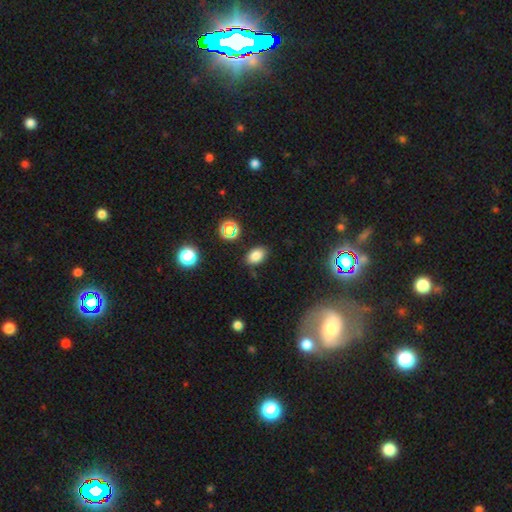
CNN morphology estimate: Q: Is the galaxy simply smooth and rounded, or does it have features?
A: smooth — 81%.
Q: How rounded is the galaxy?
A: in between — 85%.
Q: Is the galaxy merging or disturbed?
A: none — 84%.